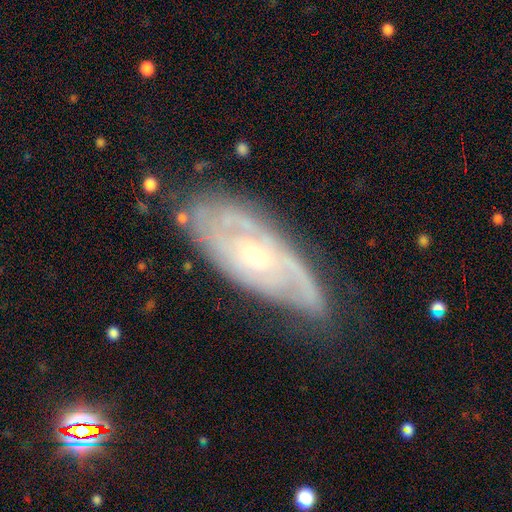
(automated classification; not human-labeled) A featured or disk galaxy (80%) with no bar (67%), tight (63%) spiral arms (90%) and a small central bulge (58%). Merging: none (71%).